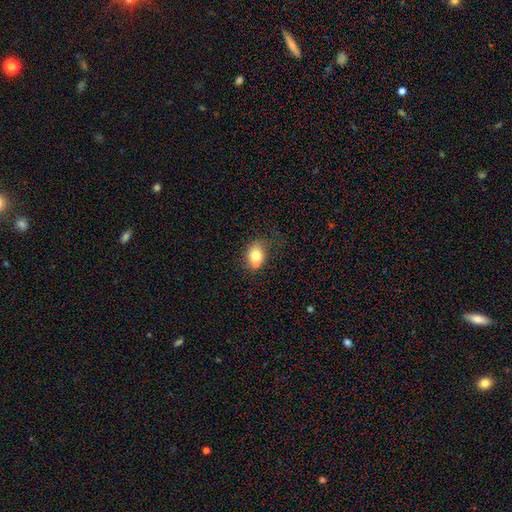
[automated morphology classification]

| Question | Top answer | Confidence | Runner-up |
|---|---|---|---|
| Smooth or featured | smooth | 75% | featured or disk (15%) |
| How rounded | round | 57% | in between (42%) |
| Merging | none | 50% | merger (25%) |